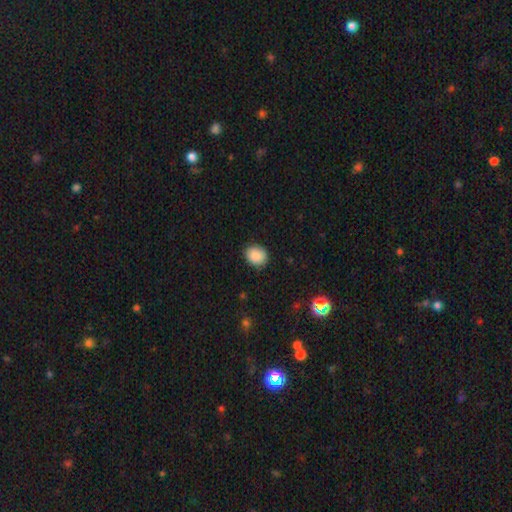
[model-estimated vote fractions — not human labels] Overall: smooth (88%). How rounded: round (50%; in between 49%). Merging: none (84%).